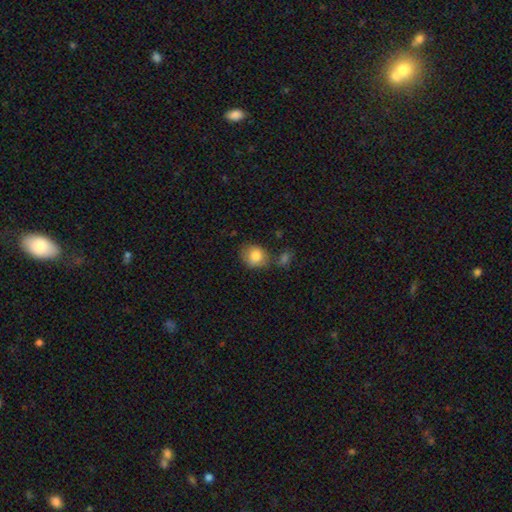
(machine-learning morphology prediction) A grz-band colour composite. It shows a smooth galaxy with no disk features (83%) that is round (61%). Merging: none (61%).